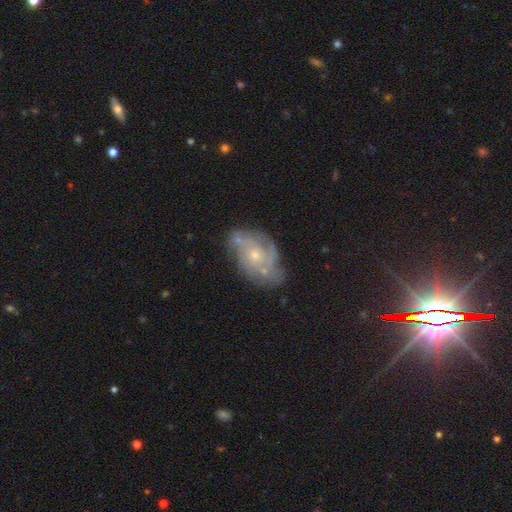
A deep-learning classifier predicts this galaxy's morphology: Smooth or featured? Predicted: featured or disk (p=0.78). Edge-on disk? Predicted: no (p=0.97). Bar? Predicted: no (p=0.78). Spiral arms? Predicted: yes (p=0.86). Spiral winding? Predicted: tight (p=0.43). Spiral arm count? Predicted: can't tell (p=0.33). Bulge size? Predicted: small (p=0.63). Merging? Predicted: none (p=0.59).